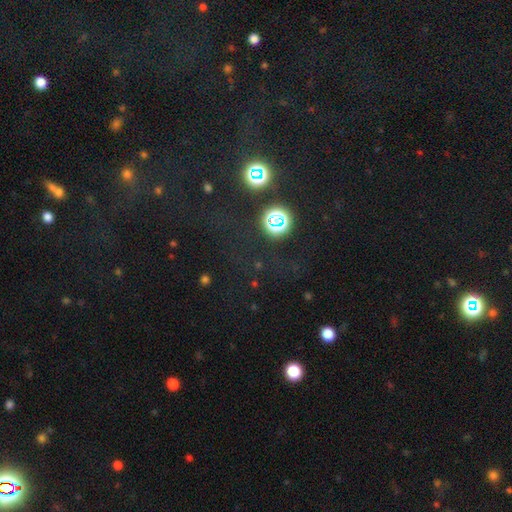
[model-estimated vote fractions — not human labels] smooth-or-featured: star or artifact: 61% | smooth: 29% | featured or disk: 10%